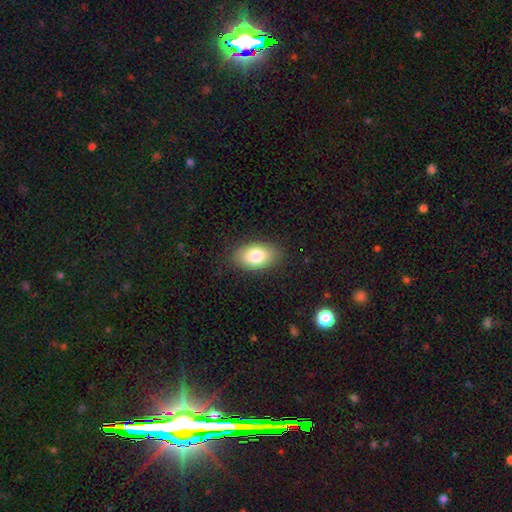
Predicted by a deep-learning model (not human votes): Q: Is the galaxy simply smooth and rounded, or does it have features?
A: smooth — 81%.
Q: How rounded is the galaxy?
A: in between — 91%.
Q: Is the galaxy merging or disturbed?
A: none — 86%.